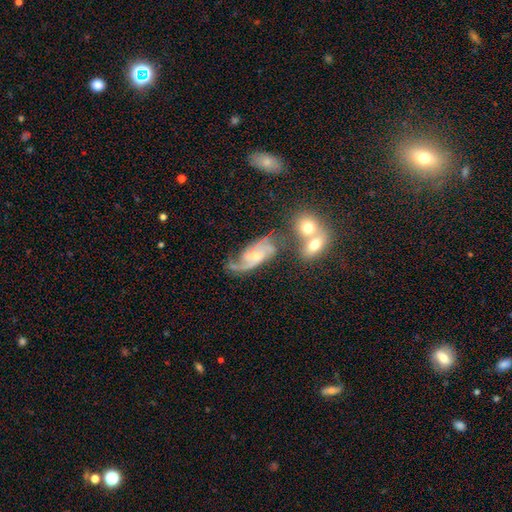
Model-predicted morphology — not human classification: The model was most divided on "bar": no: 55%, weak: 37%, strong: 8%. Remaining: spiral arms — yes (97%); edge-on disk — no (96%); smooth or featured — featured or disk (86%); spiral arm count — 2 (57%); bulge size — small (55%); merging — none (52%); spiral winding — medium (50%).